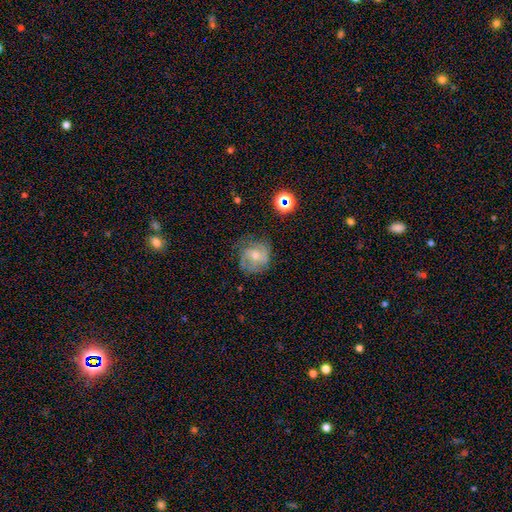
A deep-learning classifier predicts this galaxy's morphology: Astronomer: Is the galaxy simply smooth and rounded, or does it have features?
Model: featured or disk — 63%.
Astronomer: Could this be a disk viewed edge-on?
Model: no — 98%.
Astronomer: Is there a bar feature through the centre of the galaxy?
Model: no — 67%.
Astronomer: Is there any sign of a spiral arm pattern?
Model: yes — 88%.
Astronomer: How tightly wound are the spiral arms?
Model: medium — 43% (runner-up: tight, 42%).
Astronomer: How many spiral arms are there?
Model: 2 — 42% (runner-up: can't tell, 27%).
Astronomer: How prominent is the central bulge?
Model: moderate — 53% (runner-up: small, 40%).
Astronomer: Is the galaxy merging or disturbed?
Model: none — 63%.